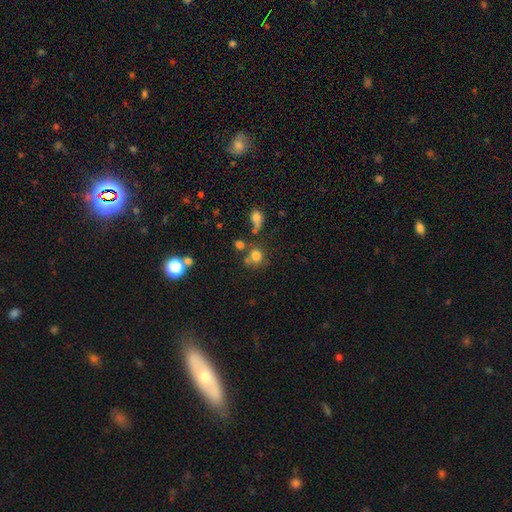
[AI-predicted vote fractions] Morphology: type=smooth (76%); roundness=round (81%); merging=none (59%).